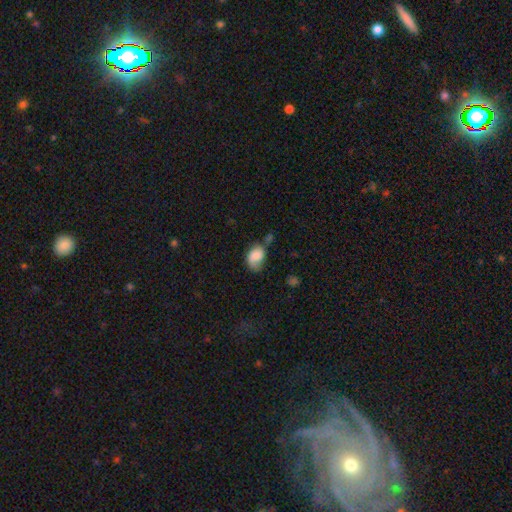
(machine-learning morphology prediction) Q: Smooth or featured?
A: smooth (74%); runner-up: featured or disk (17%)
Q: How rounded?
A: in between (81%); runner-up: round (18%)
Q: Merging?
A: none (39%); runner-up: minor disturbance (35%)